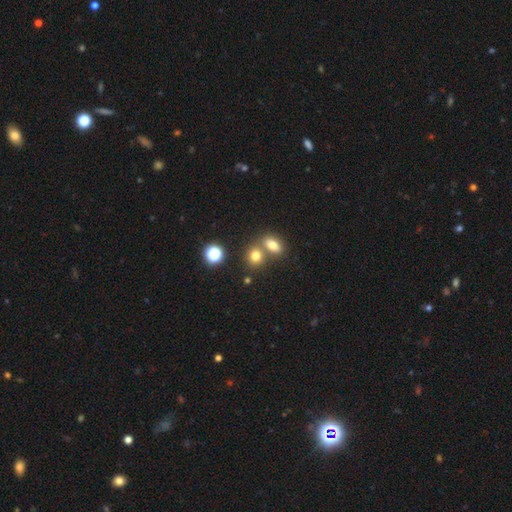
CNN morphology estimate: Overall: smooth (75%). How rounded: round (62%; in between 37%). Merging: none (50%; merger 39%).